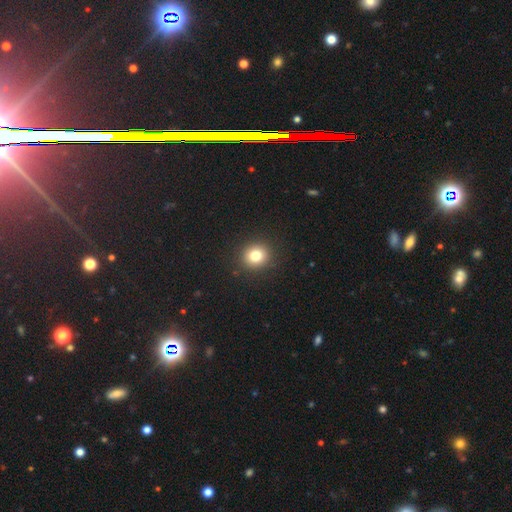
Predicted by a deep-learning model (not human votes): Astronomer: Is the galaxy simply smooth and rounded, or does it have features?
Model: smooth — 80%.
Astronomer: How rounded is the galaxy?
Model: round — 85%.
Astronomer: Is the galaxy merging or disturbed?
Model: none — 91%.